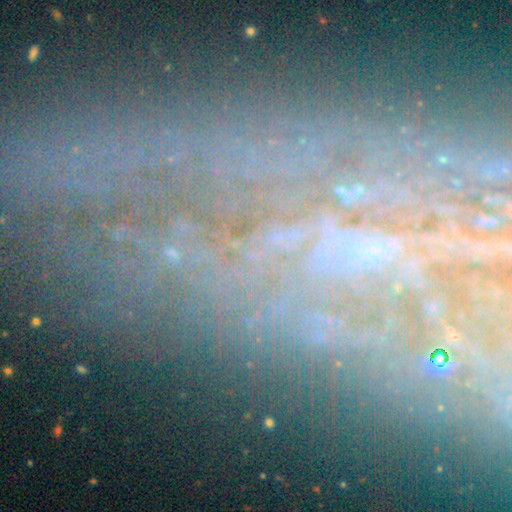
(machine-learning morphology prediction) Smooth or featured: star or artifact — 76% (featured or disk — 13%)